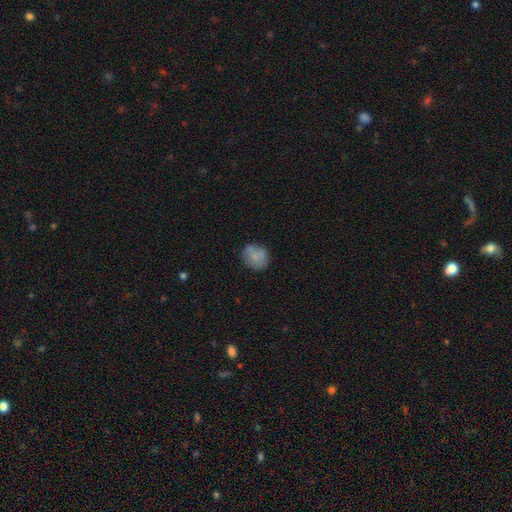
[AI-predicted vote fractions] This appears to be a smooth galaxy with no disk features (68%) that is round (70%). Merging: none (64%).